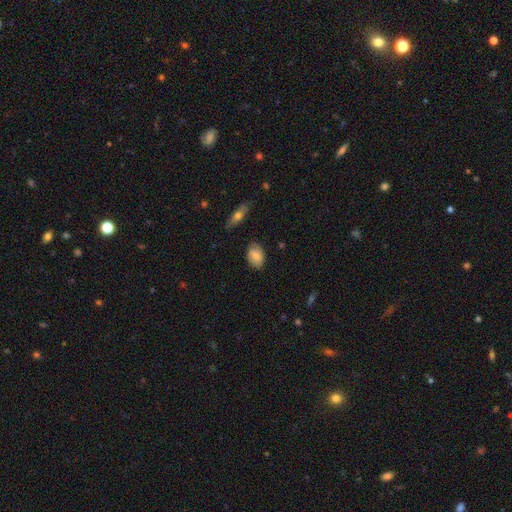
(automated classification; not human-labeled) smooth_or_featured: smooth (p=0.74) [alt: featured or disk p=0.18]
how_rounded: in between (p=0.84) [alt: round p=0.15]
merging: none (p=0.78) [alt: minor disturbance p=0.17]